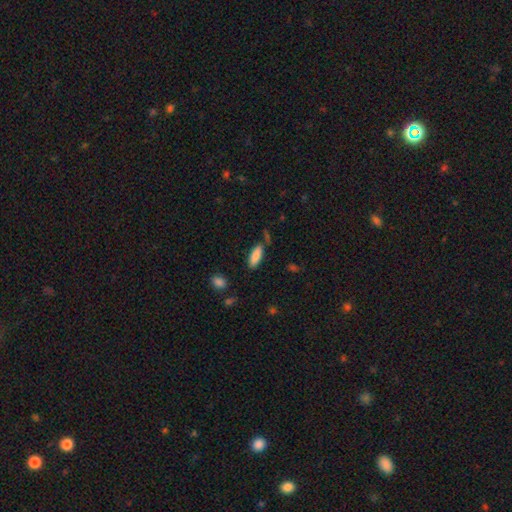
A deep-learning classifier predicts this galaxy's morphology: Smooth or featured? Predicted: smooth (p=0.85). How rounded? Predicted: in between (p=0.64). Merging? Predicted: none (p=0.75).